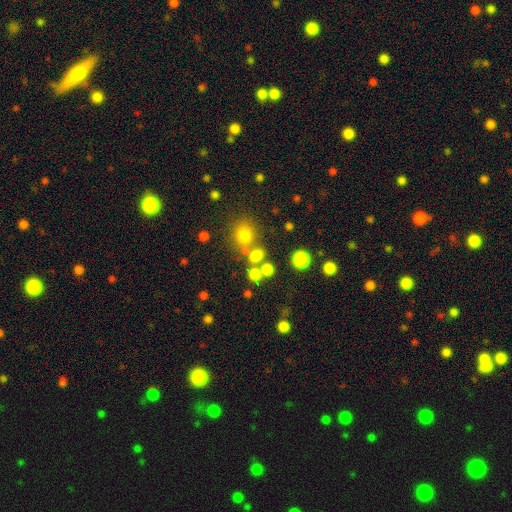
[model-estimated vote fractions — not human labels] Overall: smooth (71%). How rounded: round (75%). Merging: none (60%; merger 26%).